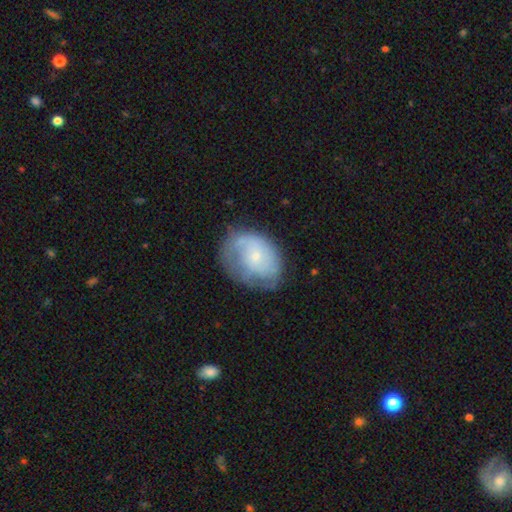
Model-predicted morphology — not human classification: Q: Smooth or featured?
A: featured or disk (51%); runner-up: smooth (42%)
Q: Edge-on disk?
A: no (97%); runner-up: yes (3%)
Q: Merging?
A: none (50%); runner-up: minor disturbance (29%)